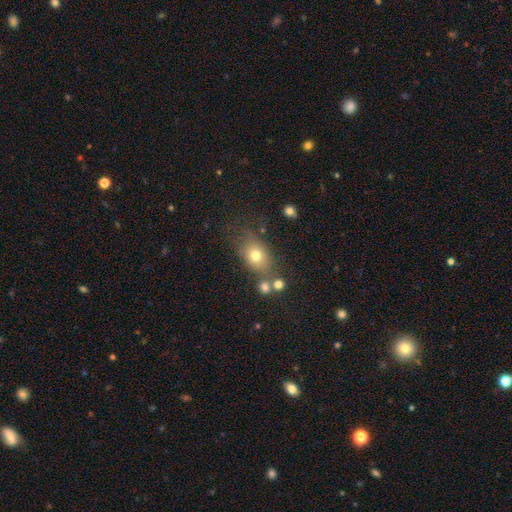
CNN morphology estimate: Smooth or featured? Predicted: smooth (p=0.73). How rounded? Predicted: in between (p=0.66). Merging? Predicted: none (p=0.60).